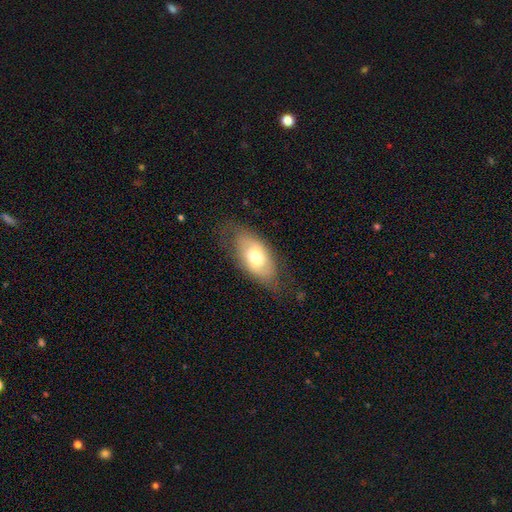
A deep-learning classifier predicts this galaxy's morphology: The model was most divided on "smooth or featured": smooth: 51%, featured or disk: 42%, star or artifact: 7%. More confident: how rounded — in between (90%); merging — none (71%).